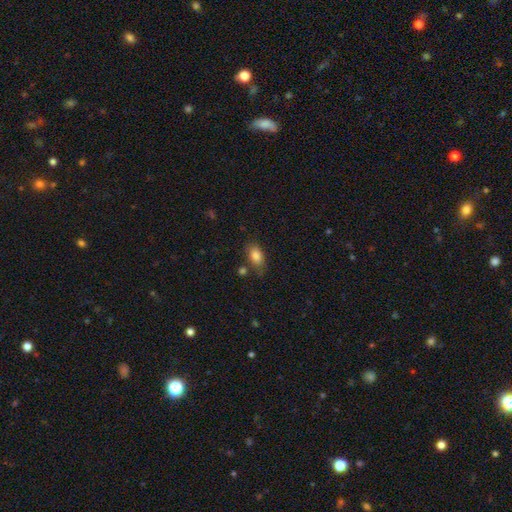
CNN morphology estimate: Smooth or featured?
  - smooth: 84% *
  - star or artifact: 8%
  - featured or disk: 8%
How rounded?
  - in between: 88% *
  - round: 9%
  - cigar-shaped: 3%
Merging?
  - none: 72% *
  - minor disturbance: 17%
  - merger: 7%
  - major disturbance: 4%